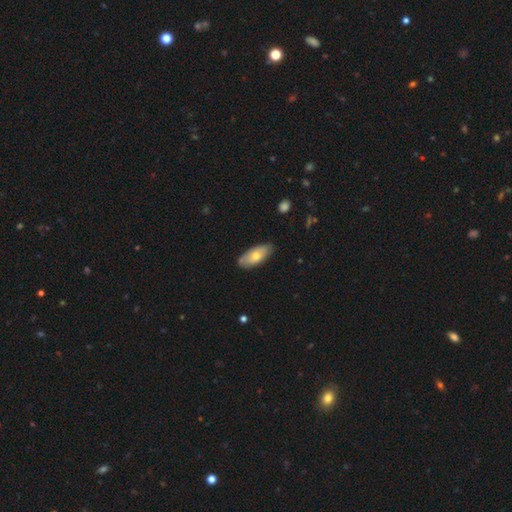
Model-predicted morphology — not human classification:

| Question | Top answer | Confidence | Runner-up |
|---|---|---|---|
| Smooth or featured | smooth | 63% | featured or disk (31%) |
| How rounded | in between | 86% | cigar-shaped (11%) |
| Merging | none | 78% | minor disturbance (17%) |